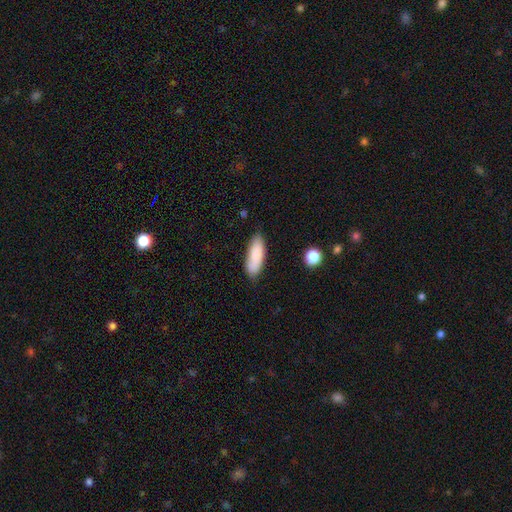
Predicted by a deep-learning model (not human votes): Smooth or featured? smooth (86%)
How rounded? in between (69%)
Merging? none (76%)